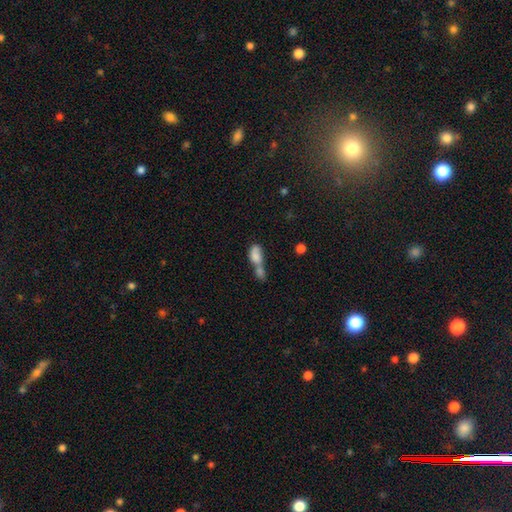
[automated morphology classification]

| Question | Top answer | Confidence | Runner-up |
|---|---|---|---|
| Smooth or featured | smooth | 74% | featured or disk (17%) |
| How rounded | in between | 78% | cigar-shaped (11%) |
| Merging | merger | 74% | none (13%) |